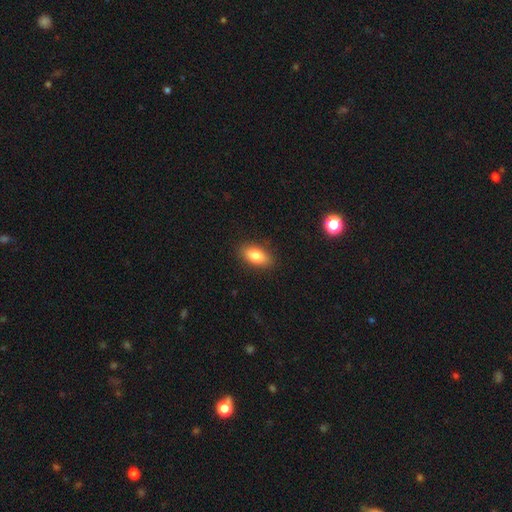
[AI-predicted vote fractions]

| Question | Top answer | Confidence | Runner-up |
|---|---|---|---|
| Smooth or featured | smooth | 83% | featured or disk (10%) |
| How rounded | in between | 88% | cigar-shaped (6%) |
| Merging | none | 87% | minor disturbance (9%) |